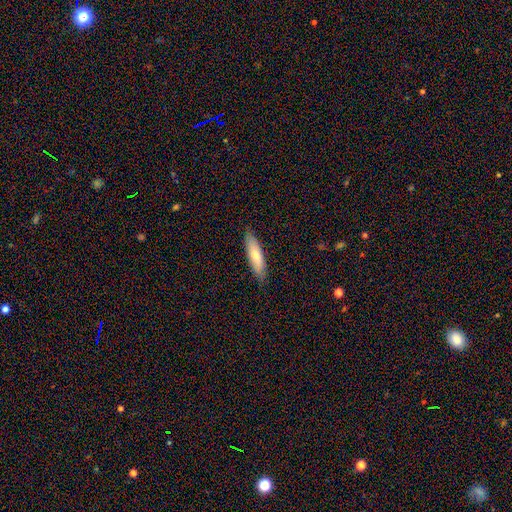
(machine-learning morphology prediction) This is likely a smooth galaxy (66%). How rounded: likely cigar-shaped (62%). Merging: clearly none (86%).